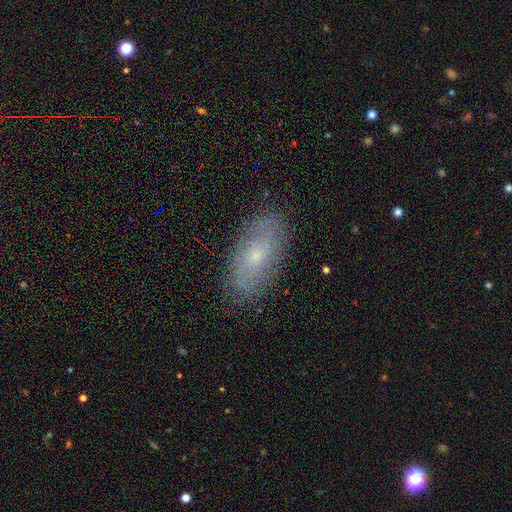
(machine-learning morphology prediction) This appears to be a featured or disk galaxy (51%). Merging: none (82%).